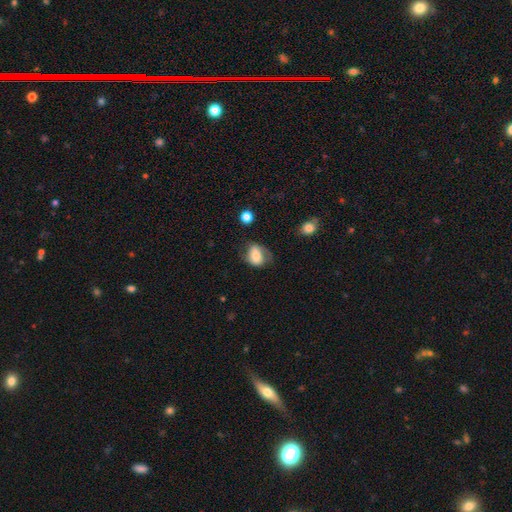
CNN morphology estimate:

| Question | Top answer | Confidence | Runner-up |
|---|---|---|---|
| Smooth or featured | smooth | 67% | featured or disk (25%) |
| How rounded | in between | 67% | round (32%) |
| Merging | none | 52% | minor disturbance (30%) |